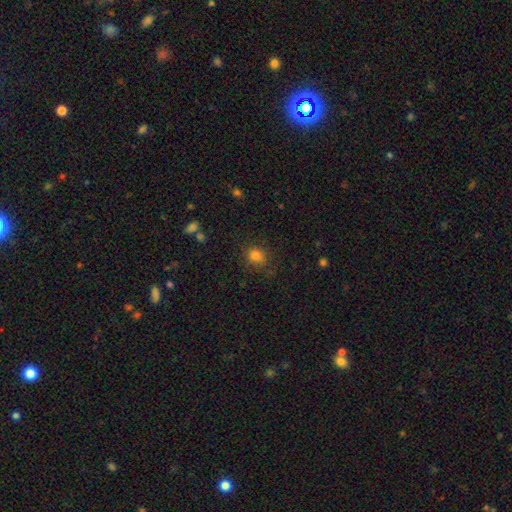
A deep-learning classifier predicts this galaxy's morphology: A smooth galaxy with no disk features (81%) that is round (76%). Merging: none (82%).